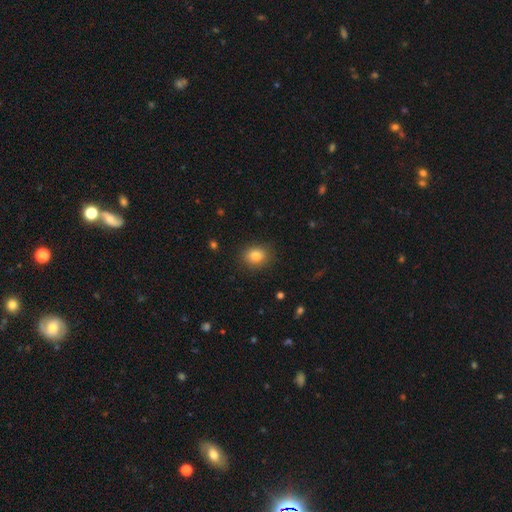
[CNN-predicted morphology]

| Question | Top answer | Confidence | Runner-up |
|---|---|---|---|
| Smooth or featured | smooth | 84% | star or artifact (10%) |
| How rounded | round | 53% | in between (46%) |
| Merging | none | 87% | minor disturbance (9%) |